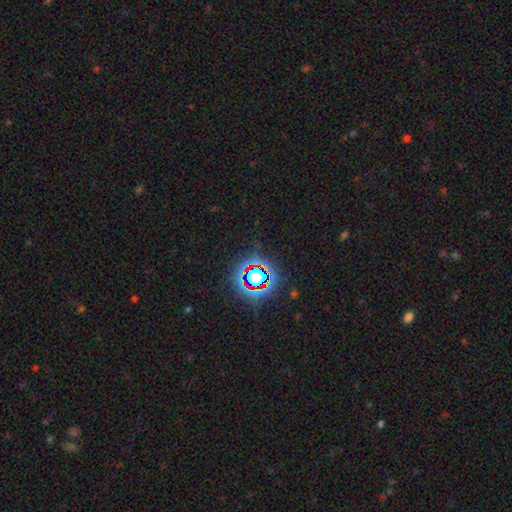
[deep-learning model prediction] Morphology: type=star or artifact (80%).